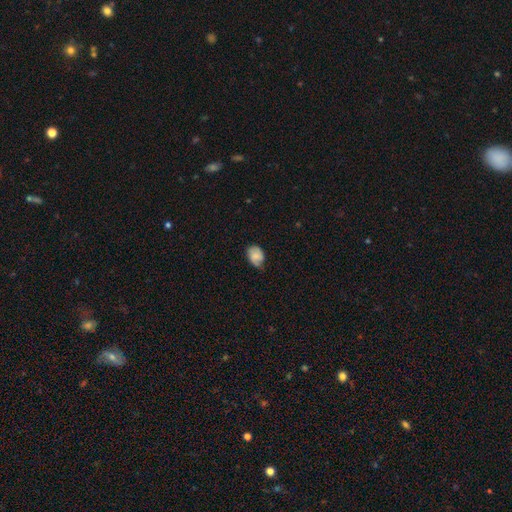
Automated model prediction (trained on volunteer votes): smooth_or_featured: smooth (p=0.62) [alt: featured or disk p=0.30]
how_rounded: in between (p=0.73) [alt: round p=0.26]
merging: none (p=0.56) [alt: minor disturbance p=0.34]